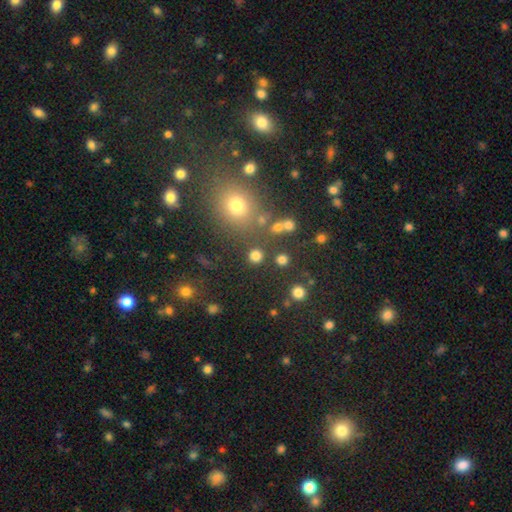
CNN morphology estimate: The model was most divided on "smooth or featured": smooth: 78%, star or artifact: 17%, featured or disk: 5%. More confident: how rounded — round (90%); merging — none (84%).